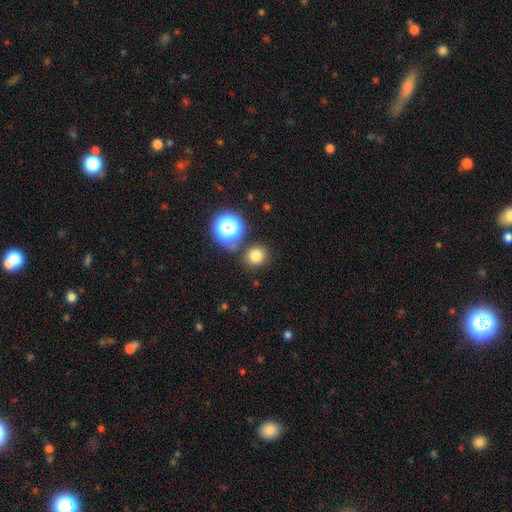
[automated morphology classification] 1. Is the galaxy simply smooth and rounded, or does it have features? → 77% smooth, 16% star or artifact, 7% featured or disk.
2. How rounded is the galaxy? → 82% round, 17% in between, 1% cigar-shaped.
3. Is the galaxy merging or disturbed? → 79% none, 10% minor disturbance, 7% merger, 4% major disturbance.